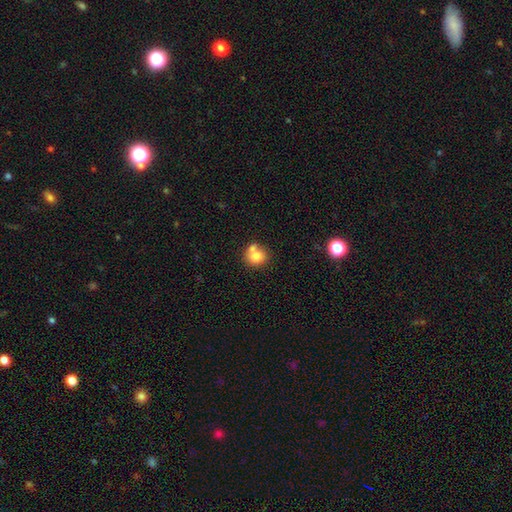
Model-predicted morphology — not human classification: Smooth or featured? smooth (77%)
How rounded? round (70%)
Merging? none (45%)